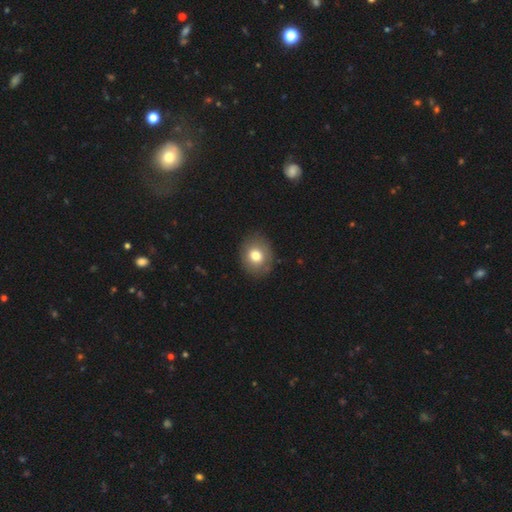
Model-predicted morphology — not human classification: Q: Smooth or featured?
A: smooth (75%); runner-up: featured or disk (16%)
Q: How rounded?
A: round (59%); runner-up: in between (40%)
Q: Merging?
A: none (86%); runner-up: minor disturbance (10%)